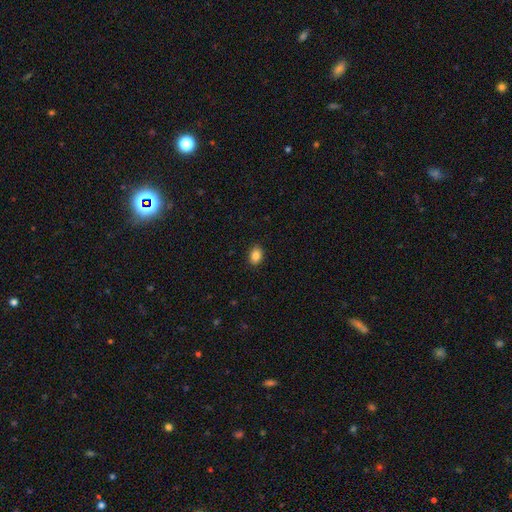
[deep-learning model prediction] smooth_or_featured: smooth (p=0.87) [alt: star or artifact p=0.09]
how_rounded: in between (p=0.68) [alt: round p=0.31]
merging: none (p=0.90) [alt: minor disturbance p=0.08]